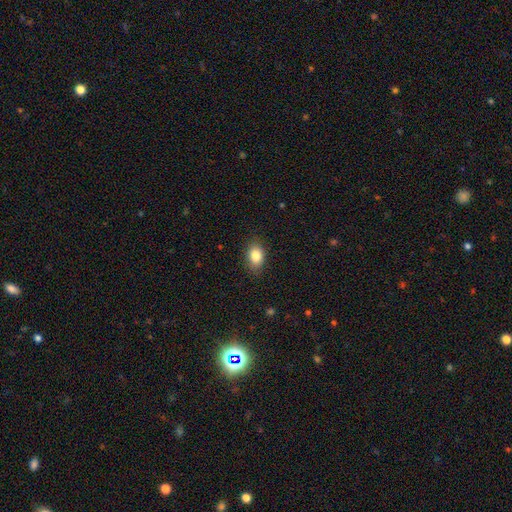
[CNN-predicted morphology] smooth_or_featured: smooth (p=0.84) [alt: star or artifact p=0.09]
how_rounded: in between (p=0.78) [alt: round p=0.20]
merging: none (p=0.84) [alt: minor disturbance p=0.12]